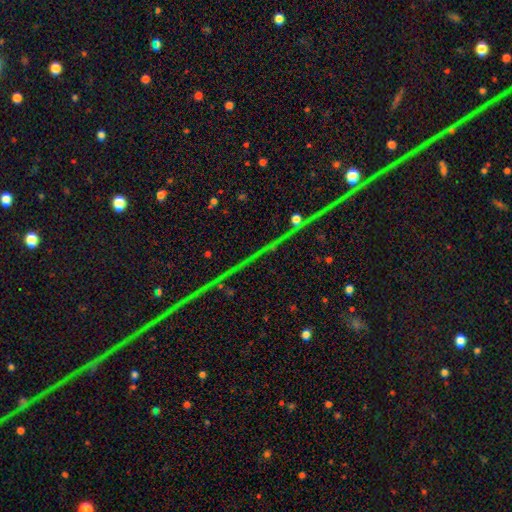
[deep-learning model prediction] smooth-or-featured: star or artifact: 86% | featured or disk: 8% | smooth: 6%